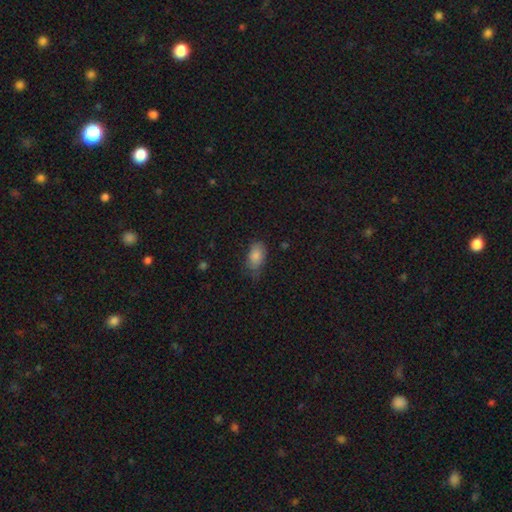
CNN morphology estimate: Smooth or featured: smooth — 81% (star or artifact — 10%)
How rounded: in between — 90% (round — 7%)
Merging: none — 61% (minor disturbance — 30%)